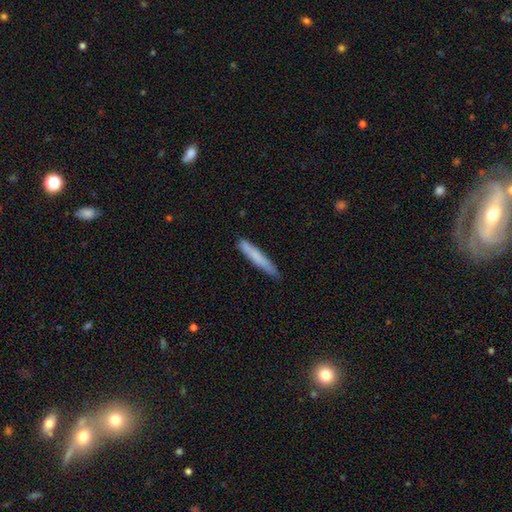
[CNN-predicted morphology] This appears to be a smooth galaxy with no disk features (74%) that is cigar-shaped (95%). Merging: none (82%).